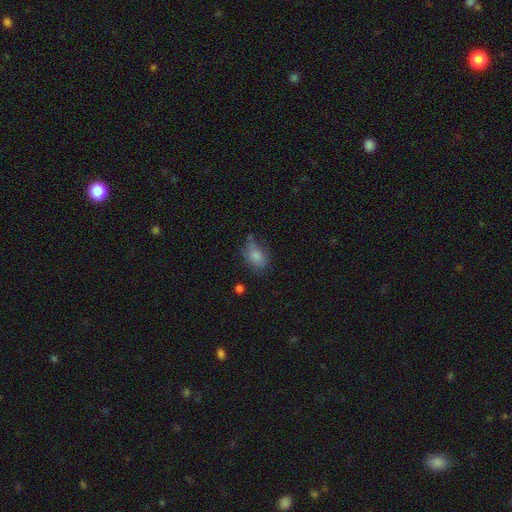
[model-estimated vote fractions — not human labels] A smooth galaxy with no disk features (80%) that is in between round and cigar-shaped (79%). Merging: none (54%).